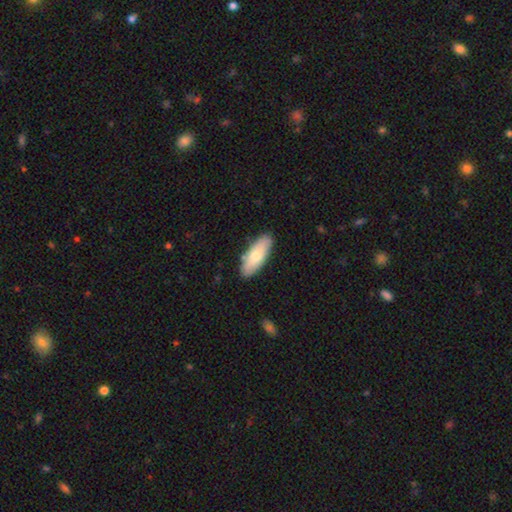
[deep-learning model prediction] A smooth galaxy with no disk features (71%) that is in between round and cigar-shaped (74%). Merging: none (86%).